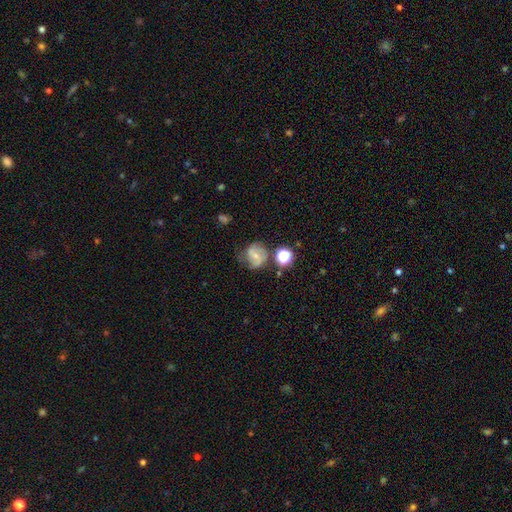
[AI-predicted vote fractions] The model was most divided on "bar": weak: 42%, no: 37%, strong: 21%. More confident: edge-on disk — no (97%); spiral arms — yes (78%); bulge size — small (57%); merging — none (54%); smooth or featured — featured or disk (53%).